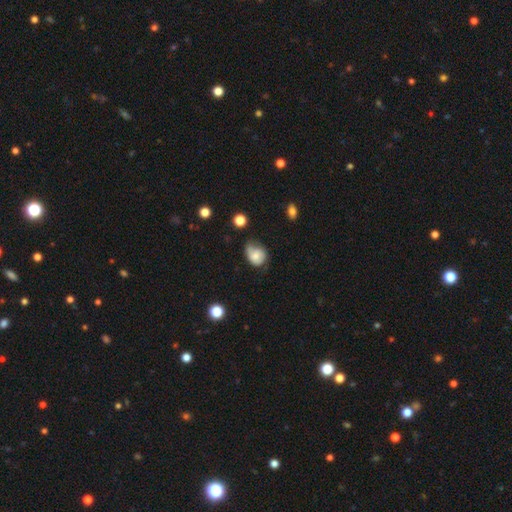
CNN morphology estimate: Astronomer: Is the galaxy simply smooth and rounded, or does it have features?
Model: smooth — 69%.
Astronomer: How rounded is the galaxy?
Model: in between — 50% (runner-up: round, 49%).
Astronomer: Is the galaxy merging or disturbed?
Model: minor disturbance — 44% (runner-up: none, 35%).